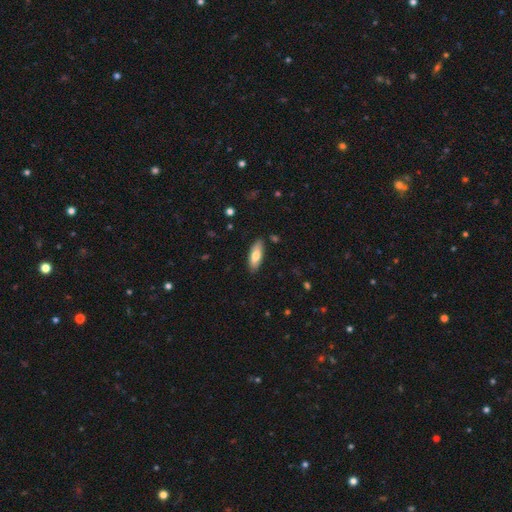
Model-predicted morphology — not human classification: smooth-or-featured: smooth: 74% | featured or disk: 20% | star or artifact: 6%
  how-rounded: in between: 68% | cigar-shaped: 30% | round: 2%
  merging: none: 85% | minor disturbance: 12% | major disturbance: 2% | merger: 1%